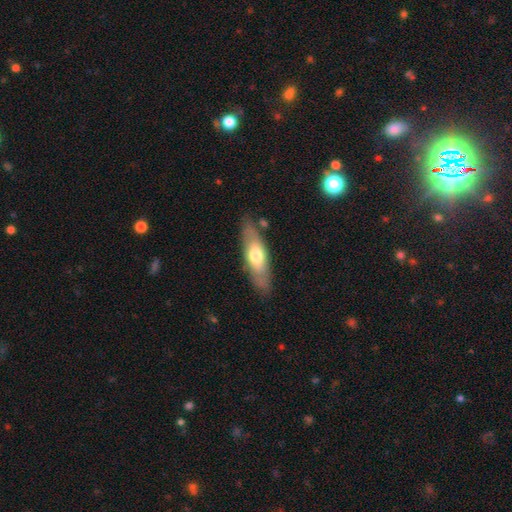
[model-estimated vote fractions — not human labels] Smooth or featured? Predicted: smooth (p=0.57). How rounded? Predicted: in between (p=0.53). Merging? Predicted: none (p=0.80).